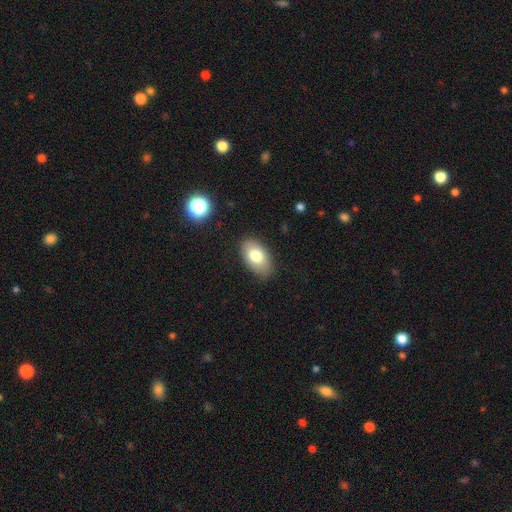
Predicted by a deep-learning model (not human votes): smooth 77%, featured or disk 15%, star or artifact 8%. Down the decision tree: how rounded — in between (93%); merging — none (85%).